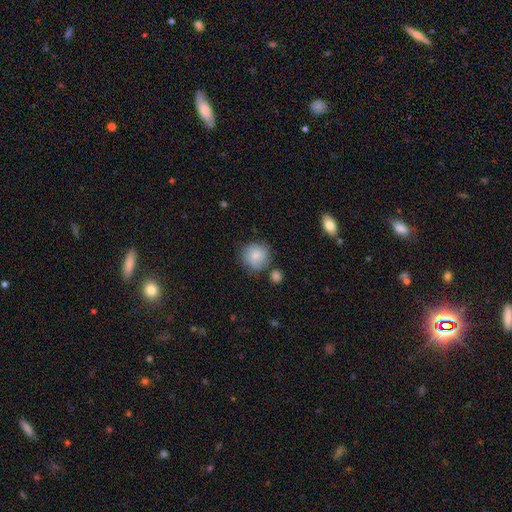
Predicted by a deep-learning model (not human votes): Smooth or featured: smooth — 83% (featured or disk — 9%)
How rounded: round — 92% (in between — 7%)
Merging: none — 74% (minor disturbance — 15%)